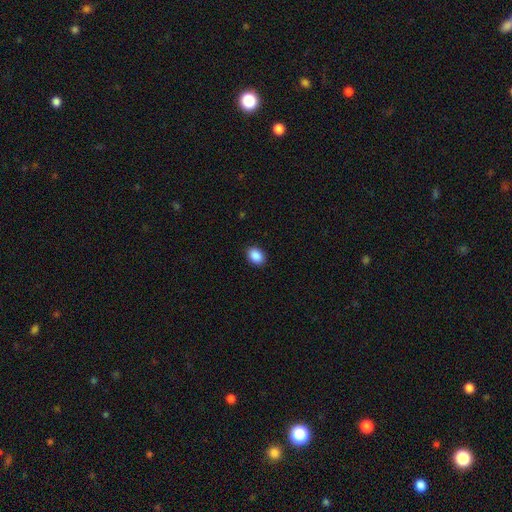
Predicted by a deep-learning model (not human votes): This is clearly a smooth galaxy (89%). How rounded: likely in between (73%). Merging: clearly none (90%).